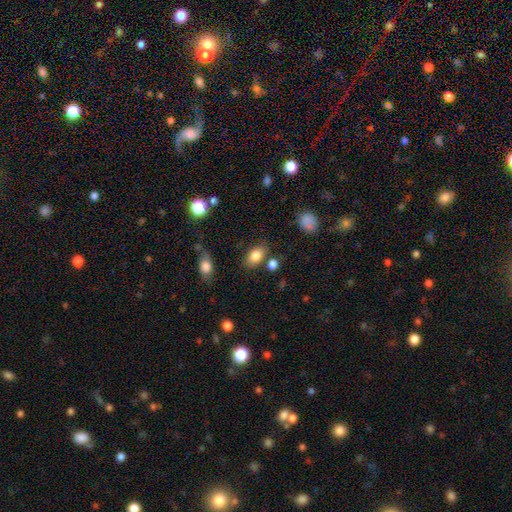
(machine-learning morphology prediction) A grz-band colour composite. It shows a smooth galaxy with no disk features (83%) that is in between round and cigar-shaped (84%). Merging: none (76%).